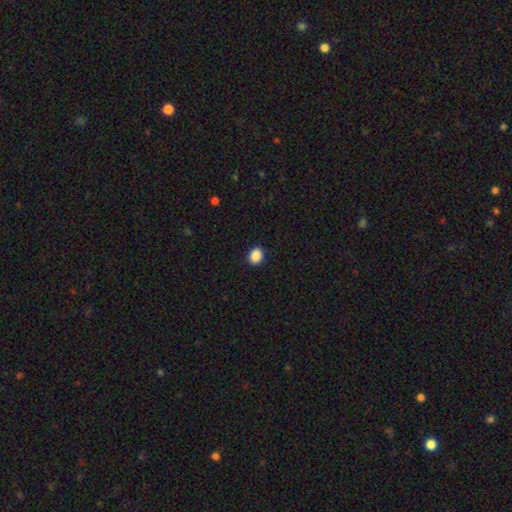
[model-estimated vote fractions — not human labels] smooth 89%, star or artifact 9%, featured or disk 2%. Down the decision tree: how rounded — round (54%); merging — none (91%).